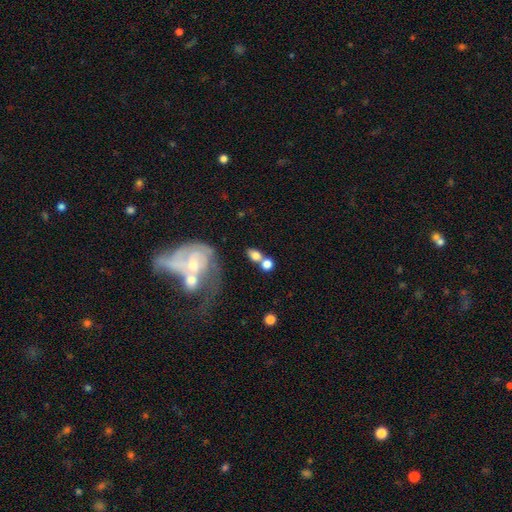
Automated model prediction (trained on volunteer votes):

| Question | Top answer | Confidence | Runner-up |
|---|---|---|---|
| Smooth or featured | smooth | 68% | featured or disk (22%) |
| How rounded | in between | 63% | round (32%) |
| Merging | merger | 43% | none (37%) |